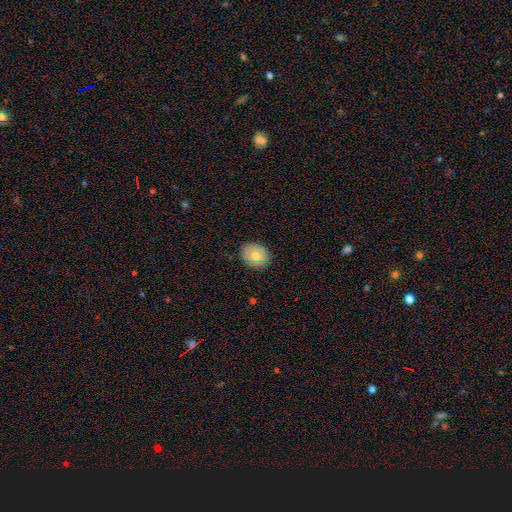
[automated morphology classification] Smooth or featured? Predicted: smooth (p=0.61). How rounded? Predicted: in between (p=0.55). Merging? Predicted: none (p=0.85).